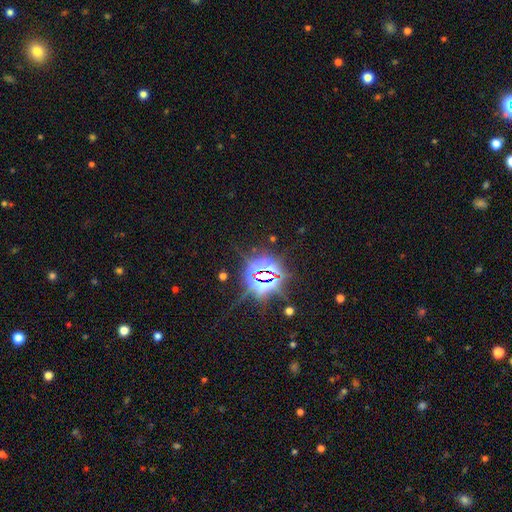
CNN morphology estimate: Overall: star or artifact (84%).